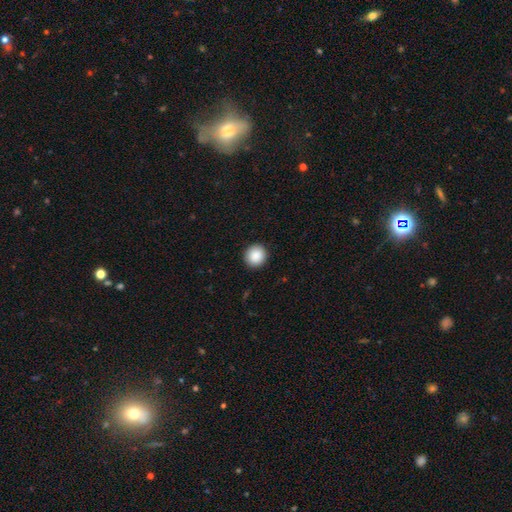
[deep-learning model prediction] A smooth galaxy with no disk features (89%) that is round (93%).

Vote fractions:
- Smooth or featured? smooth: 89% / star or artifact: 8% / featured or disk: 3%
- How rounded? round: 93% / in between: 6% / cigar-shaped: 1%
- Merging? none: 92% / minor disturbance: 5% / major disturbance: 2% / merger: 1%